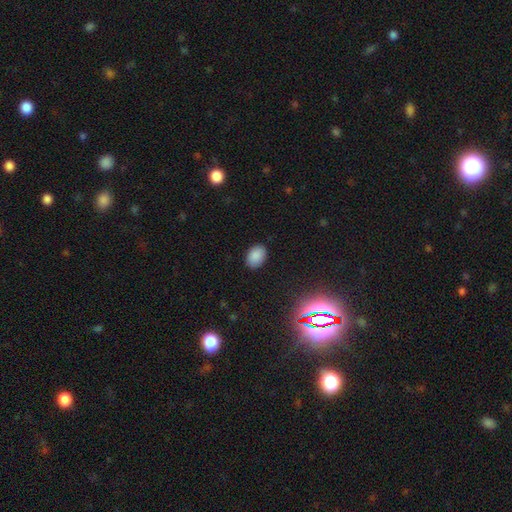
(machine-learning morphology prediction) A smooth galaxy with no disk features (86%) that is in between round and cigar-shaped (84%). Merging: none (86%).